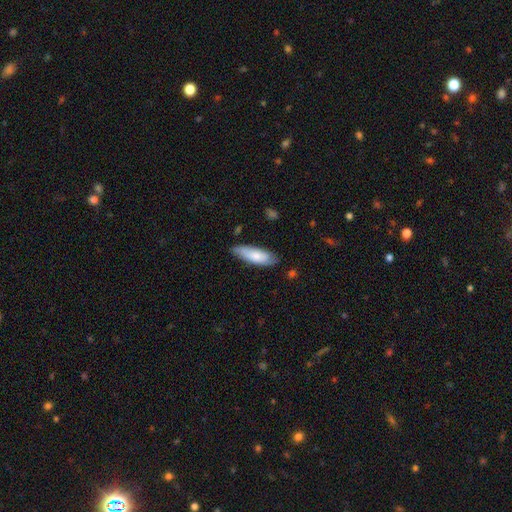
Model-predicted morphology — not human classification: smooth-or-featured: smooth: 76% | featured or disk: 19% | star or artifact: 6%
  how-rounded: in between: 57% | cigar-shaped: 41% | round: 2%
  merging: none: 75% | minor disturbance: 20% | major disturbance: 3% | merger: 2%